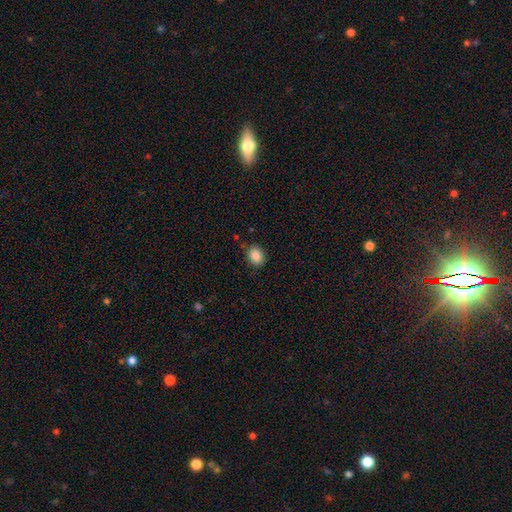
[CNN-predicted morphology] This appears to be a smooth galaxy with no disk features (87%) that is in between round and cigar-shaped (54%). Merging: none (83%).